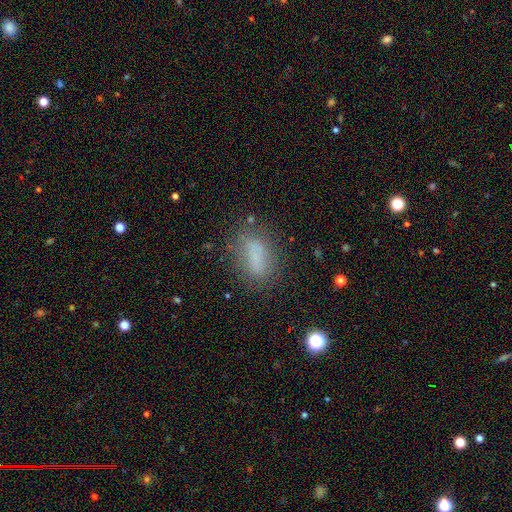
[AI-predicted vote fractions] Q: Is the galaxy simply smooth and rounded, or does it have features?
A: smooth — 71%.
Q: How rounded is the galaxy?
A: in between — 77%.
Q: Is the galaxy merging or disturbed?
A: none — 66%.